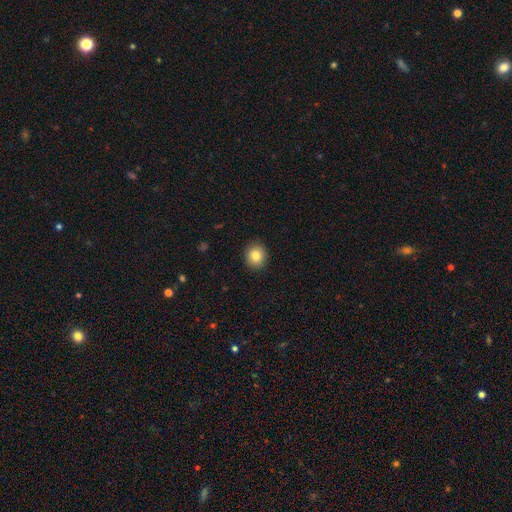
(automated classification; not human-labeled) smooth_or_featured: smooth (p=0.83) [alt: star or artifact p=0.09]
how_rounded: round (p=0.85) [alt: in between p=0.14]
merging: none (p=0.91) [alt: minor disturbance p=0.06]